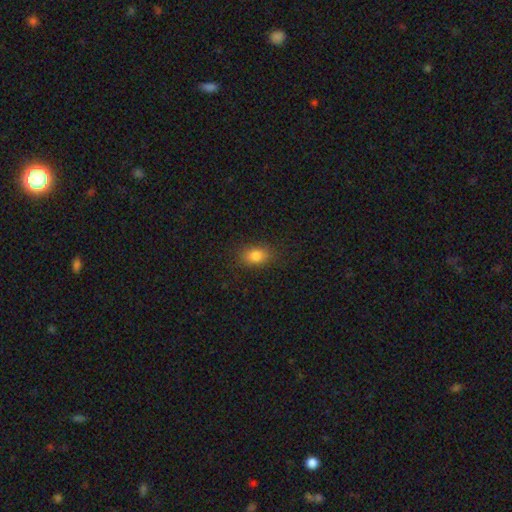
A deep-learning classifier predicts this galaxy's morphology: smooth-or-featured: smooth: 83% | star or artifact: 11% | featured or disk: 6%
  how-rounded: in between: 75% | round: 23% | cigar-shaped: 2%
  merging: none: 84% | minor disturbance: 12% | major disturbance: 3% | merger: 1%